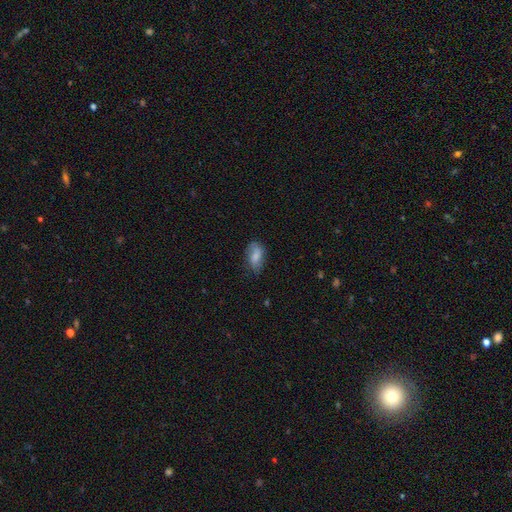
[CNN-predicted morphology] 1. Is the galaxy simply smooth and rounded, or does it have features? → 68% smooth, 24% featured or disk, 8% star or artifact.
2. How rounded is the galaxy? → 89% in between, 7% round, 4% cigar-shaped.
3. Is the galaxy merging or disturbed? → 58% none, 30% minor disturbance, 10% major disturbance, 2% merger.